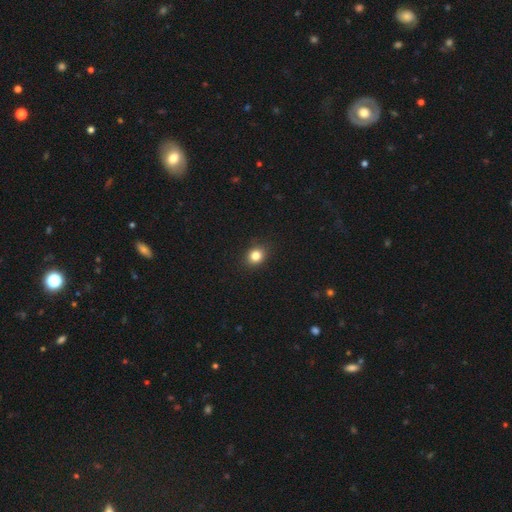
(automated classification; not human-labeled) This appears to be a smooth galaxy with no disk features (82%) that is round (70%). Merging: none (89%).